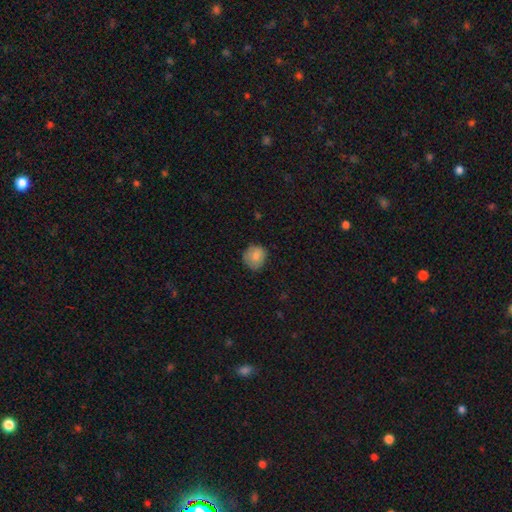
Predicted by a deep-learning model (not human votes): A smooth galaxy with no disk features (82%) that is round (83%). Merging: none (75%).